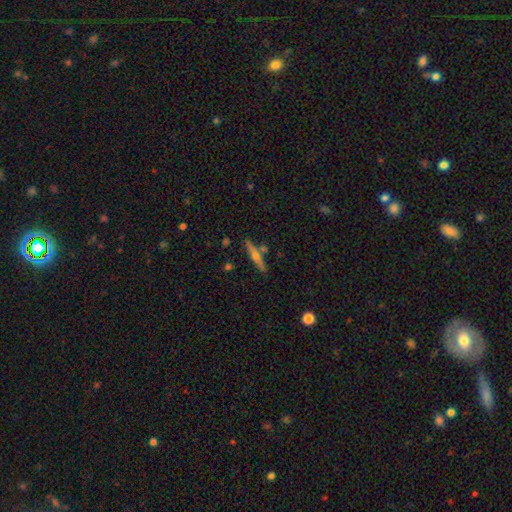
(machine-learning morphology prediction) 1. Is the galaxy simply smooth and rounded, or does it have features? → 58% featured or disk, 35% smooth, 7% star or artifact.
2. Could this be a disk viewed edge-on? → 96% yes, 4% no.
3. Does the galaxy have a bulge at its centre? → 85% rounded, 11% none, 4% boxy.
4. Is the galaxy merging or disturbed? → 80% none, 10% minor disturbance, 8% merger, 2% major disturbance.